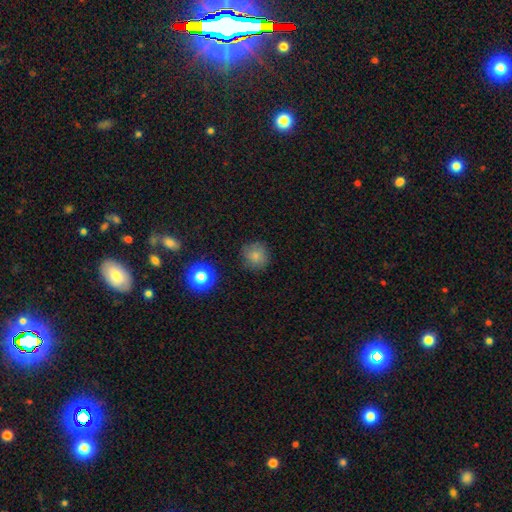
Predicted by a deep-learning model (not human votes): A smooth galaxy with no disk features (79%) that is round (91%).

Vote fractions:
- Smooth or featured? smooth: 79% / star or artifact: 13% / featured or disk: 7%
- How rounded? round: 91% / in between: 8% / cigar-shaped: 1%
- Merging? none: 81% / minor disturbance: 13% / major disturbance: 4% / merger: 2%